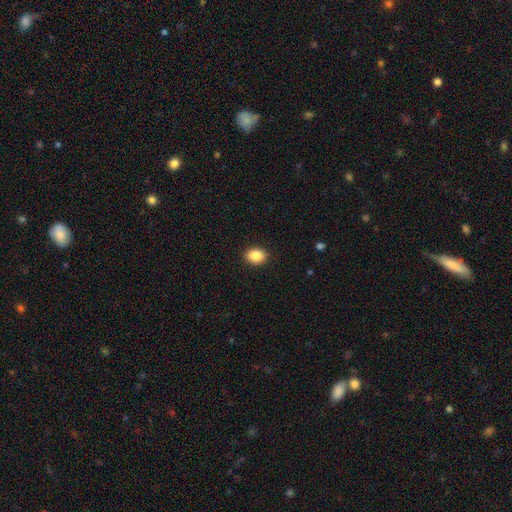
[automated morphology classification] smooth-or-featured: smooth: 87% | star or artifact: 8% | featured or disk: 4%
  how-rounded: in between: 68% | round: 31% | cigar-shaped: 1%
  merging: none: 91% | minor disturbance: 6% | major disturbance: 2% | merger: 1%